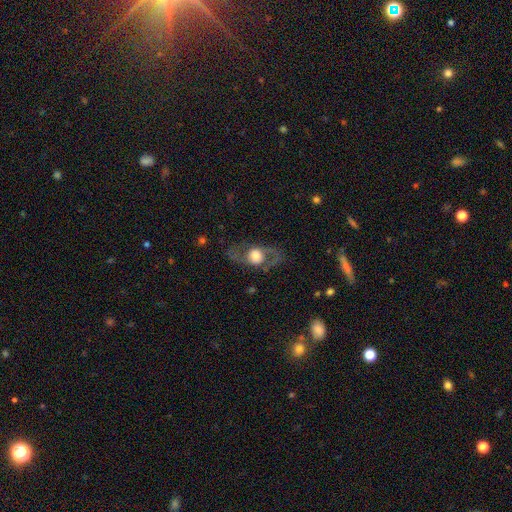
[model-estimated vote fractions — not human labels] This is likely a featured or disk galaxy (63%). It is clearly not viewed edge-on (85%). Bar: likely no (78%). Spiral arm pattern: possibly yes (58%). Central bulge: possibly large (51%). Merging: likely none (72%).